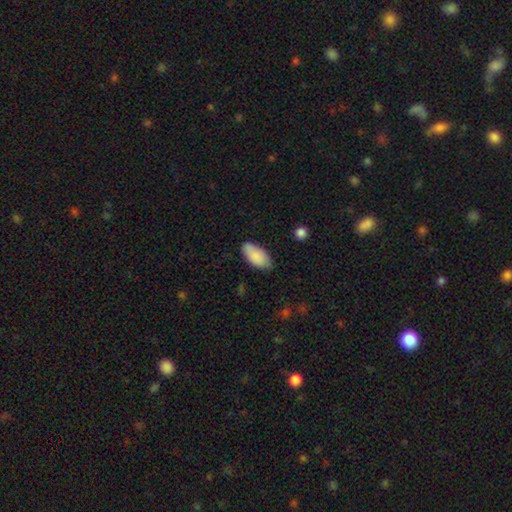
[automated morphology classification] This is clearly a smooth galaxy (87%). How rounded: clearly in between (93%). Merging: likely none (76%).